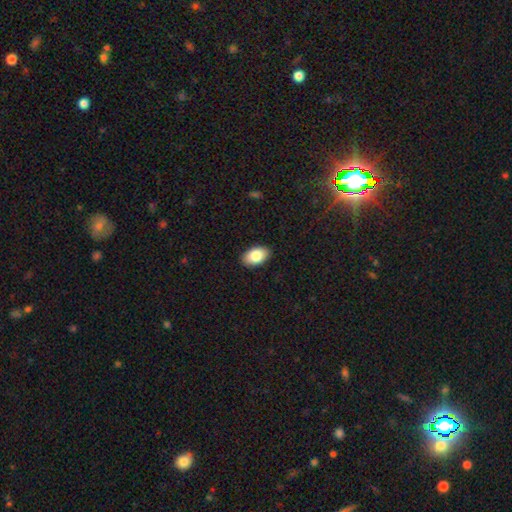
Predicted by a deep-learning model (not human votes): A smooth galaxy with no disk features (84%) that is in between round and cigar-shaped (92%).

Vote fractions:
- Smooth or featured? smooth: 84% / featured or disk: 9% / star or artifact: 7%
- How rounded? in between: 92% / round: 7% / cigar-shaped: 1%
- Merging? none: 89% / minor disturbance: 8% / major disturbance: 2% / merger: 1%